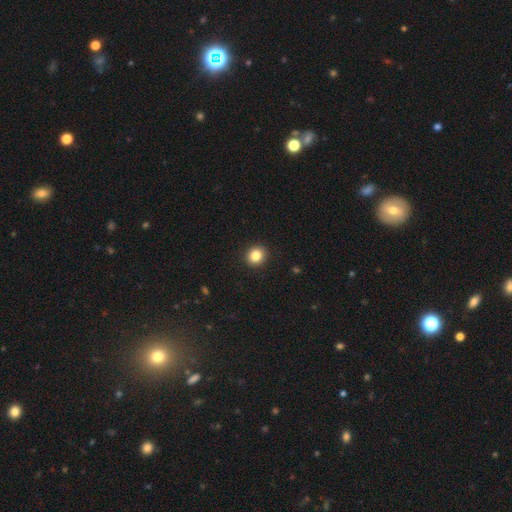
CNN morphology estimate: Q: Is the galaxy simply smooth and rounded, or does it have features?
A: smooth — 84%.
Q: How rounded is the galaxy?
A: round — 85%.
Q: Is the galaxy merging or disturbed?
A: none — 92%.